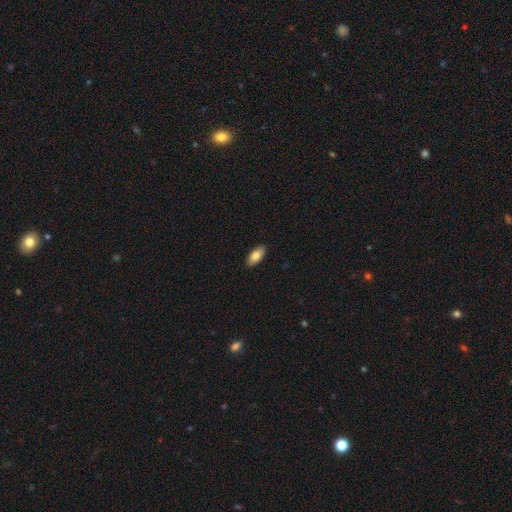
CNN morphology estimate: A smooth galaxy with no disk features (80%) that is in between round and cigar-shaped (88%). Merging: none (90%).